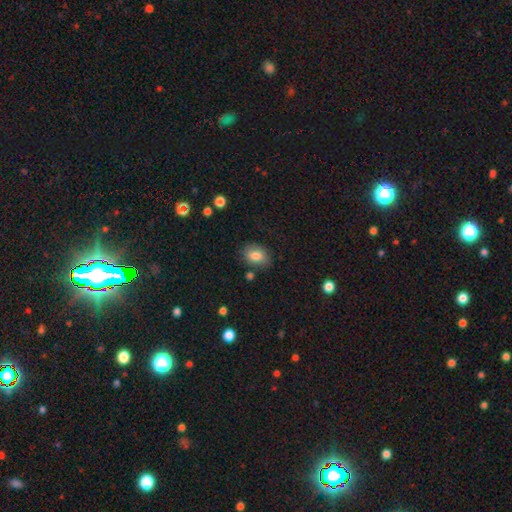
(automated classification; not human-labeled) smooth 82%, featured or disk 10%, star or artifact 9%. Down the decision tree: how rounded — in between (74%); merging — none (78%).